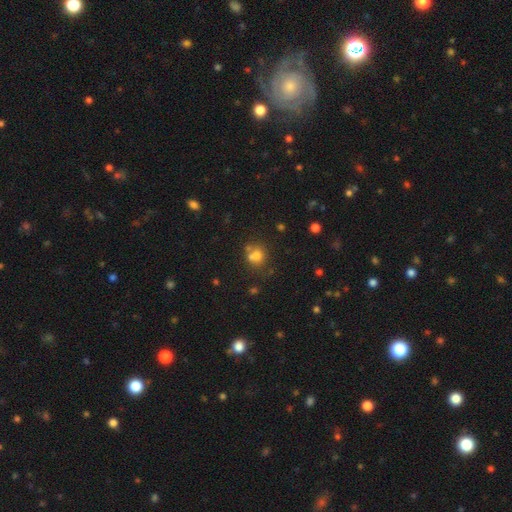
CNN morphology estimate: smooth-or-featured: smooth: 71% | star or artifact: 16% | featured or disk: 14%
  how-rounded: round: 74% | in between: 25% | cigar-shaped: 1%
  merging: none: 48% | merger: 32% | minor disturbance: 14% | major disturbance: 6%